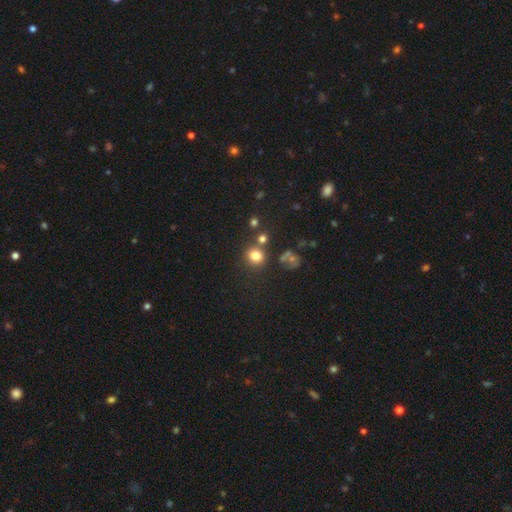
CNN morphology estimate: This appears to be a smooth galaxy with no disk features (78%) that is round (80%). Merging: none (71%).